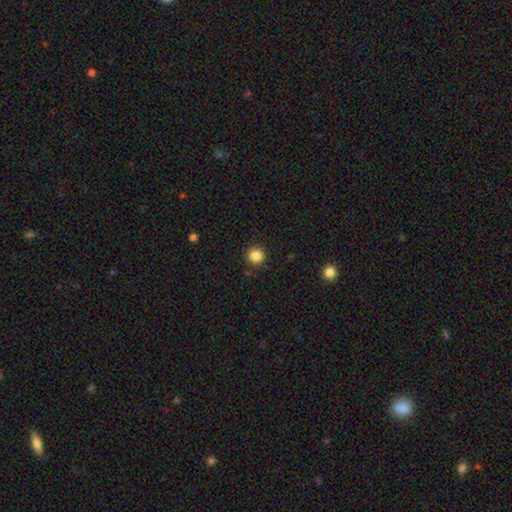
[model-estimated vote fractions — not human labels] Smooth or featured: smooth — 85% (star or artifact — 11%)
How rounded: round — 91% (in between — 8%)
Merging: none — 91% (minor disturbance — 6%)